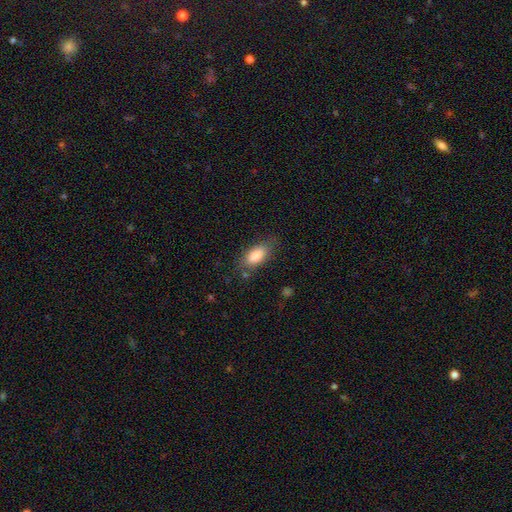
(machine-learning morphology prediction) This is clearly a smooth galaxy (84%). How rounded: clearly in between (85%). Merging: likely none (74%).